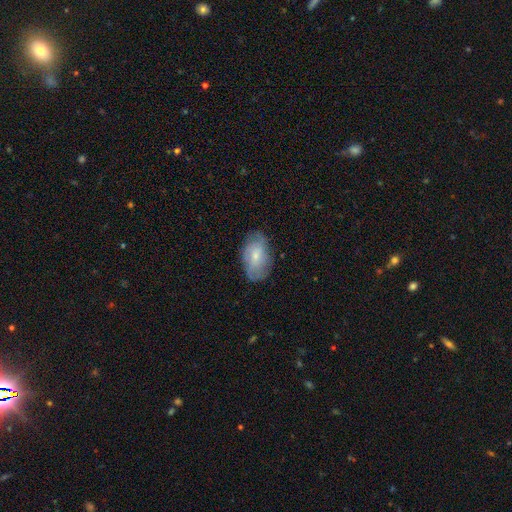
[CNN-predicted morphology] smooth_or_featured: smooth (p=0.55) [alt: featured or disk p=0.38]
how_rounded: in between (p=0.91) [alt: round p=0.07]
merging: none (p=0.71) [alt: minor disturbance p=0.22]